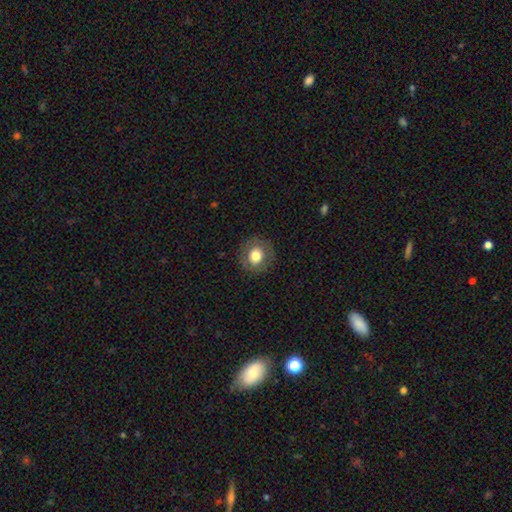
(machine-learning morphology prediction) The model was most divided on "smooth or featured": smooth: 74%, featured or disk: 17%, star or artifact: 9%. More confident: how rounded — round (89%); merging — none (88%).